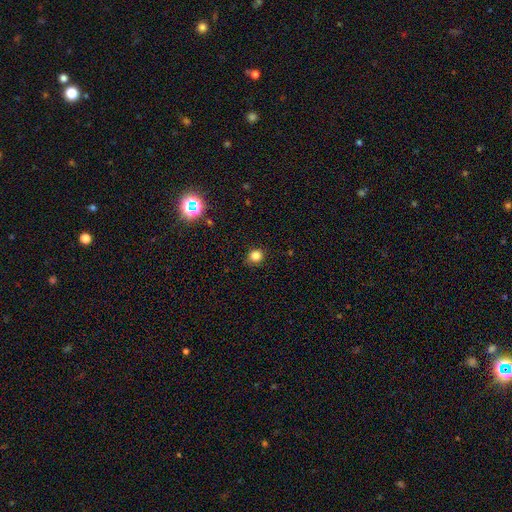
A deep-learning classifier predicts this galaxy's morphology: Q: Smooth or featured?
A: smooth (81%); runner-up: star or artifact (14%)
Q: How rounded?
A: round (83%); runner-up: in between (16%)
Q: Merging?
A: none (85%); runner-up: minor disturbance (11%)